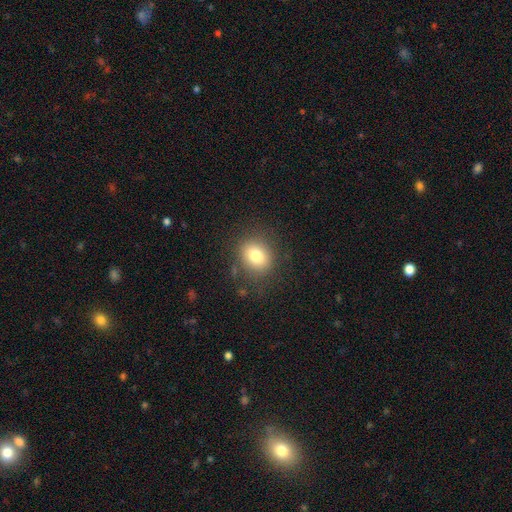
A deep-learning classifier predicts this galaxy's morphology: Smooth or featured: smooth — 80% (star or artifact — 11%)
How rounded: round — 65% (in between — 34%)
Merging: none — 82% (minor disturbance — 11%)